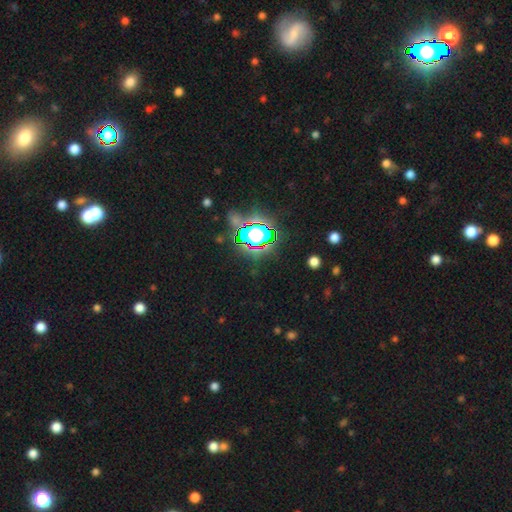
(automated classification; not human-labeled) smooth_or_featured: star or artifact (p=0.80) [alt: smooth p=0.12]